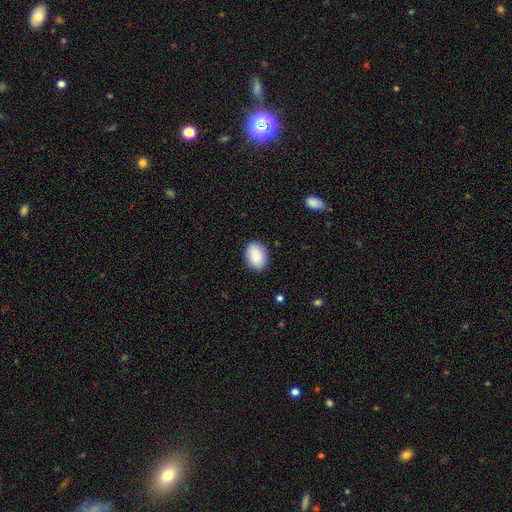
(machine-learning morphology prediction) Q: Smooth or featured?
A: smooth (89%); runner-up: star or artifact (7%)
Q: How rounded?
A: in between (79%); runner-up: round (20%)
Q: Merging?
A: none (87%); runner-up: minor disturbance (10%)